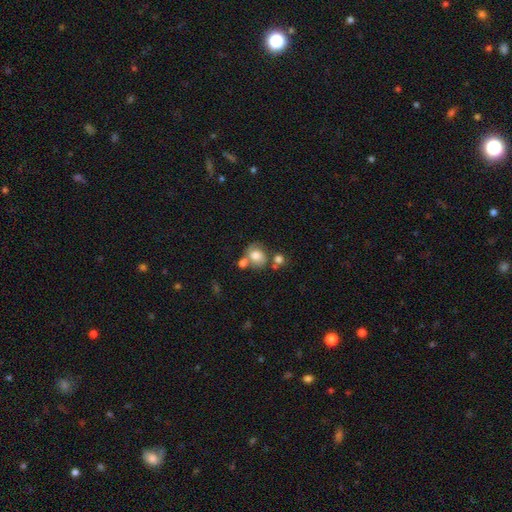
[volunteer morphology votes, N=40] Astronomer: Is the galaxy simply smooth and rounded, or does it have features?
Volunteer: smooth — 85%.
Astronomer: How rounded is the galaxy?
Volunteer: round — 74%.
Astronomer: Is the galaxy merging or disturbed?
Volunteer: none — 48% (runner-up: merger, 28%).